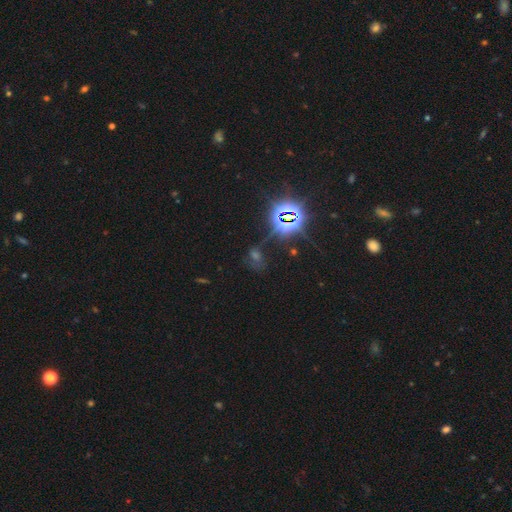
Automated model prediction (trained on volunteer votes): This is likely a star or artifact rather than a galaxy (68%).